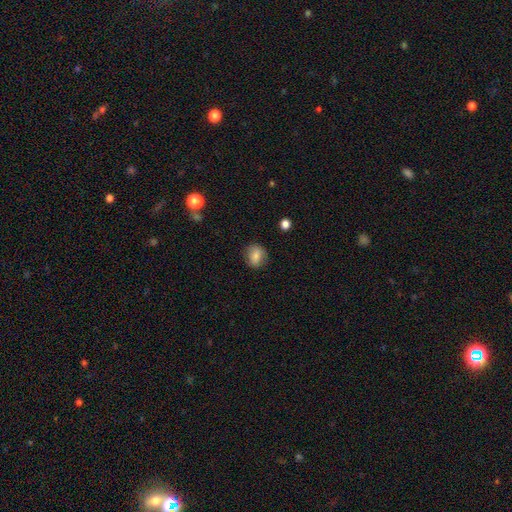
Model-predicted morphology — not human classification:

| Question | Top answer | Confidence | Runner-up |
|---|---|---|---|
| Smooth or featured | smooth | 80% | featured or disk (11%) |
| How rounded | round | 54% | in between (45%) |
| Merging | none | 81% | minor disturbance (14%) |